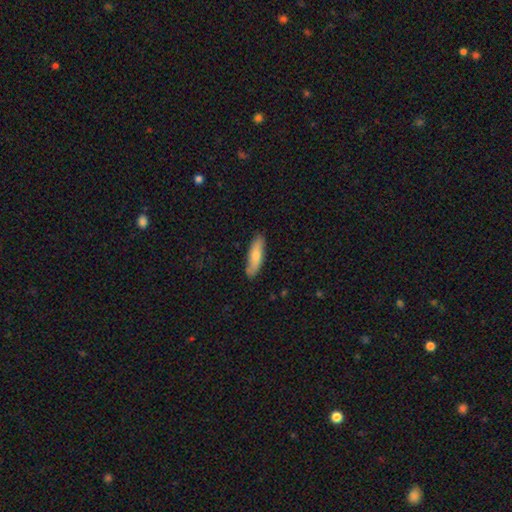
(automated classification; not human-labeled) Smooth or featured?
  - smooth: 73% *
  - featured or disk: 22%
  - star or artifact: 5%
How rounded?
  - cigar-shaped: 57% *
  - in between: 41%
  - round: 2%
Merging?
  - none: 86% *
  - minor disturbance: 11%
  - major disturbance: 2%
  - merger: 1%